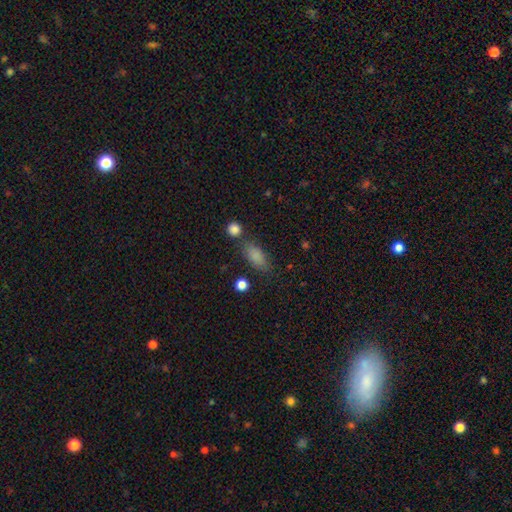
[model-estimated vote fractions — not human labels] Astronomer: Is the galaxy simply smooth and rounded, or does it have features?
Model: smooth — 83%.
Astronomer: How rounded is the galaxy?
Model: in between — 78%.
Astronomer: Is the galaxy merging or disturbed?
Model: none — 68%.